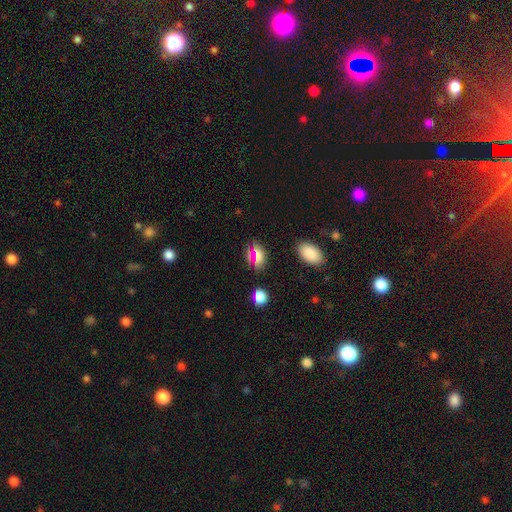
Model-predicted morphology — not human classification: Smooth or featured?
  - smooth: 67% *
  - star or artifact: 22%
  - featured or disk: 11%
How rounded?
  - in between: 78% *
  - round: 17%
  - cigar-shaped: 5%
Merging?
  - none: 77% *
  - minor disturbance: 13%
  - merger: 5%
  - major disturbance: 5%